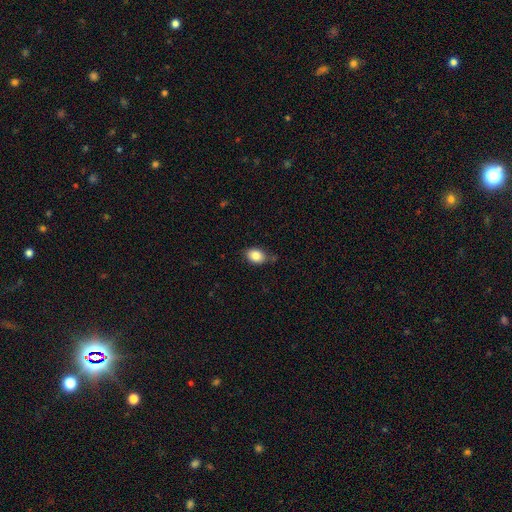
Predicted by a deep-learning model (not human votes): Smooth or featured? Predicted: smooth (p=0.84). How rounded? Predicted: in between (p=0.74). Merging? Predicted: none (p=0.75).